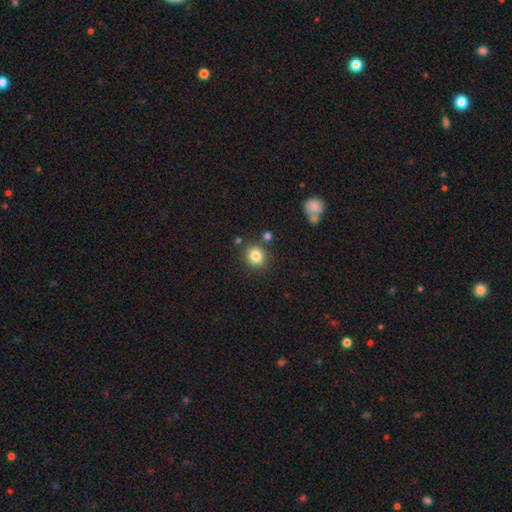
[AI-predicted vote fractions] Q: Smooth or featured?
A: smooth (83%); runner-up: star or artifact (11%)
Q: How rounded?
A: round (78%); runner-up: in between (21%)
Q: Merging?
A: none (81%); runner-up: minor disturbance (10%)